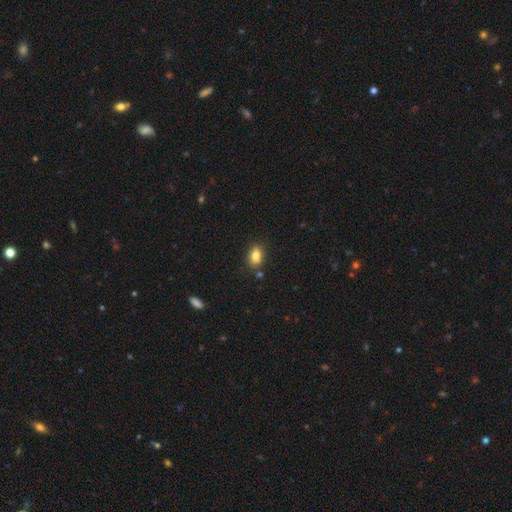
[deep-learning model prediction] A smooth galaxy with no disk features (82%) that is in between round and cigar-shaped (85%). Merging: none (77%).